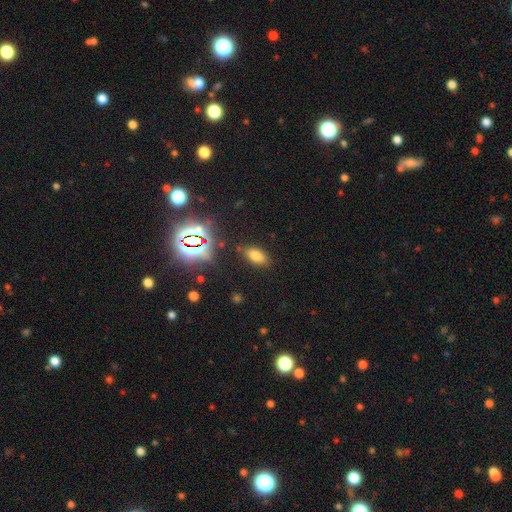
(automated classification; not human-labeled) Q: Smooth or featured?
A: smooth (71%); runner-up: star or artifact (21%)
Q: How rounded?
A: in between (88%); runner-up: cigar-shaped (6%)
Q: Merging?
A: none (83%); runner-up: minor disturbance (11%)